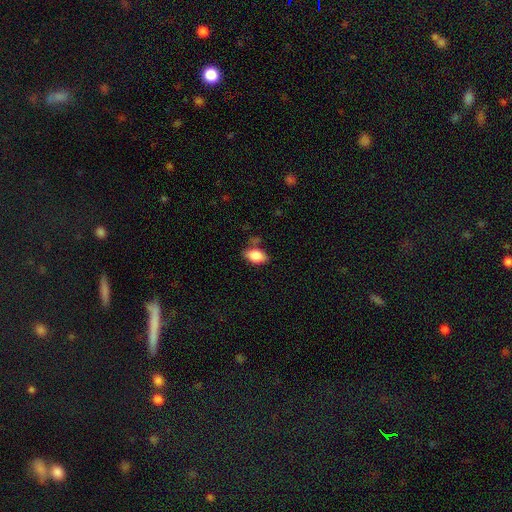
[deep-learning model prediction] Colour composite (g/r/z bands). It shows a smooth galaxy with no disk features (85%) that is in between round and cigar-shaped (91%). Merging: none (68%).